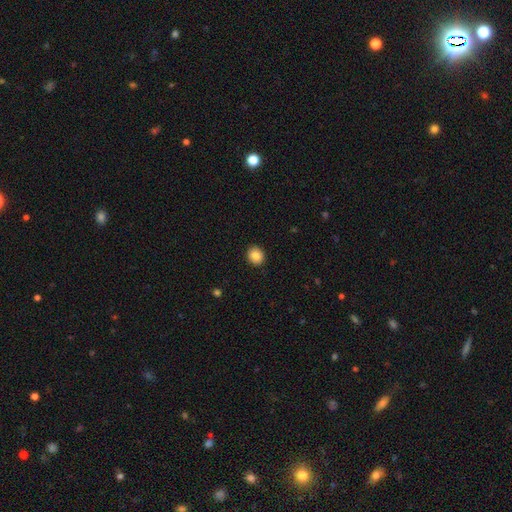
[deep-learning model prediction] The model was most divided on "how rounded": round: 77%, in between: 22%, cigar-shaped: 1%. More confident: merging — none (92%); smooth or featured — smooth (86%).